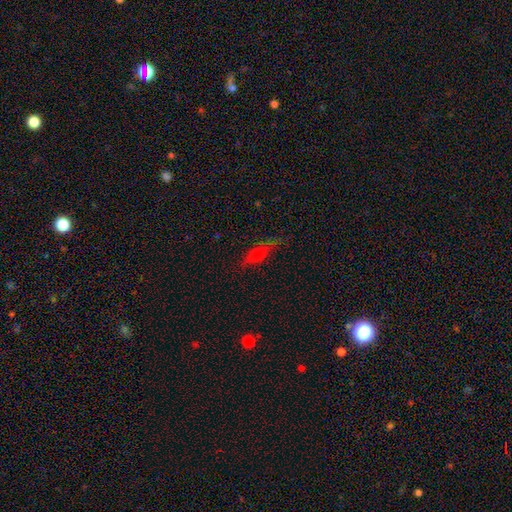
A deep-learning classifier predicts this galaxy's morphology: type=featured or disk (50%); merging=none (78%).